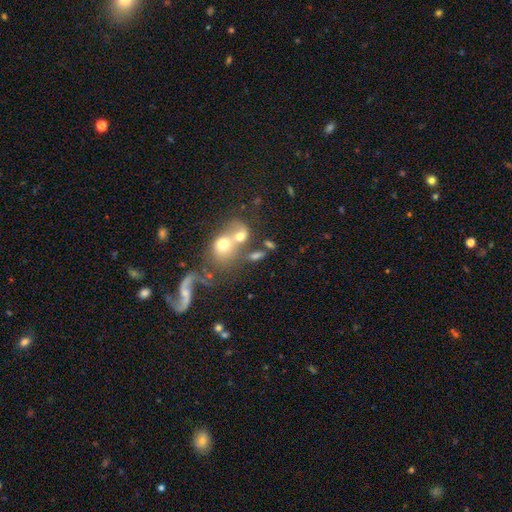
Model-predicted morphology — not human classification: Overall: smooth (53%; featured or disk 32%). How rounded: in between (58%; round 37%). Merging: merger (52%; none 29%).